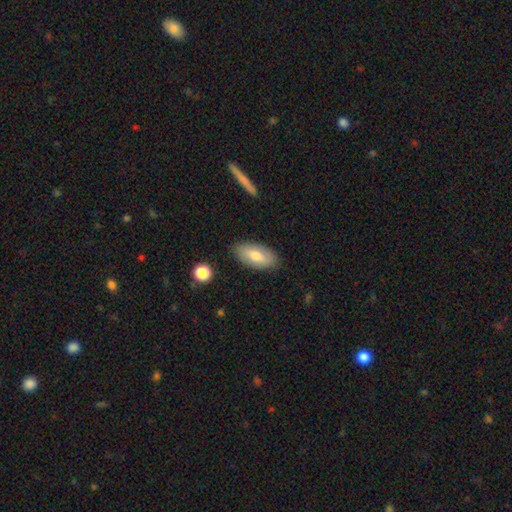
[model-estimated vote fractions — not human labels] smooth_or_featured: smooth (p=0.71) [alt: featured or disk p=0.23]
how_rounded: in between (p=0.92) [alt: cigar-shaped p=0.05]
merging: none (p=0.83) [alt: minor disturbance p=0.13]